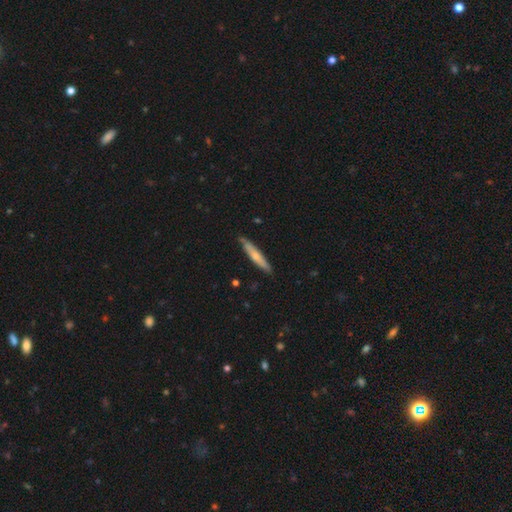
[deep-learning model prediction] This appears to be a smooth galaxy with no disk features (53%) that is cigar-shaped (92%). Merging: none (85%).